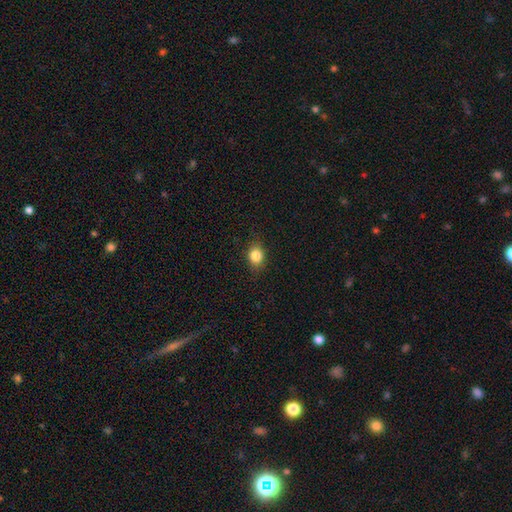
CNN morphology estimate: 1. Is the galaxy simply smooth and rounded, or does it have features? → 83% smooth, 10% star or artifact, 6% featured or disk.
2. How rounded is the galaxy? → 52% round, 47% in between, 1% cigar-shaped.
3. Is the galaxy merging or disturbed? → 85% none, 12% minor disturbance, 3% major disturbance, 1% merger.